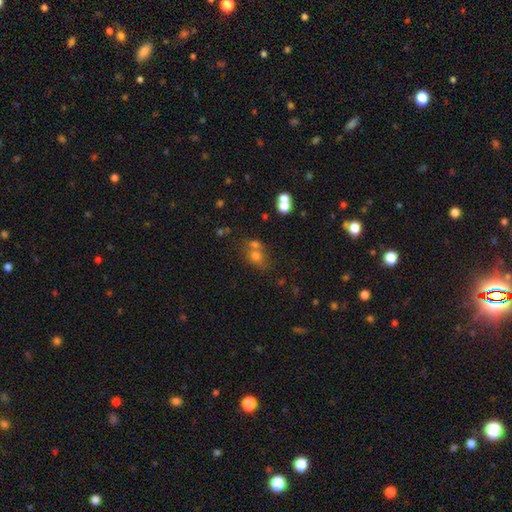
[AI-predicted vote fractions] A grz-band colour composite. It shows a smooth galaxy with no disk features (66%) that is round (57%). Merging: none (42%).